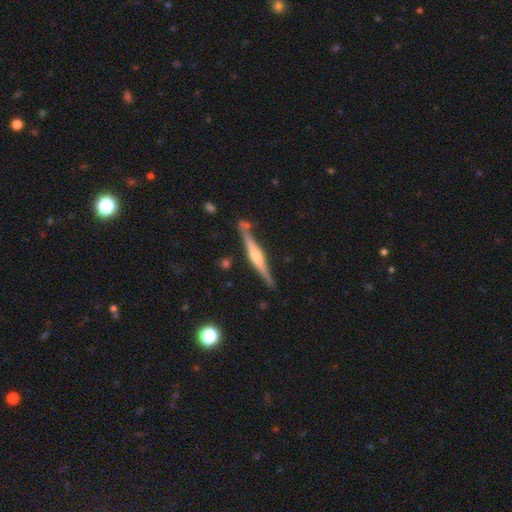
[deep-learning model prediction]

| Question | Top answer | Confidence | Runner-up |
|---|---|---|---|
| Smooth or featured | featured or disk | 75% | smooth (19%) |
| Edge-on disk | yes | 98% | no (2%) |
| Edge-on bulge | rounded | 67% | boxy (25%) |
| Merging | none | 82% | minor disturbance (12%) |